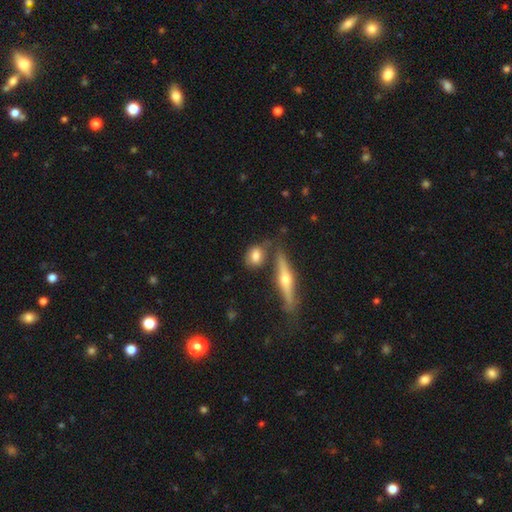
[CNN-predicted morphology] Smooth or featured?
  - smooth: 67% *
  - featured or disk: 25%
  - star or artifact: 8%
How rounded?
  - in between: 54% *
  - round: 37%
  - cigar-shaped: 9%
Merging?
  - none: 65% *
  - minor disturbance: 16%
  - merger: 13%
  - major disturbance: 5%